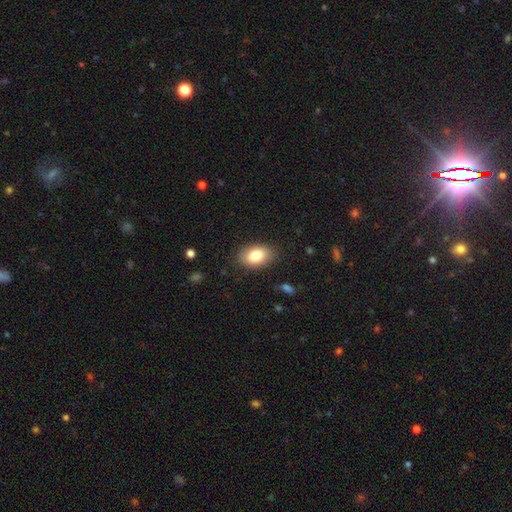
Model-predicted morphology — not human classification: This appears to be a smooth galaxy with no disk features (82%) that is in between round and cigar-shaped (87%). Merging: none (84%).